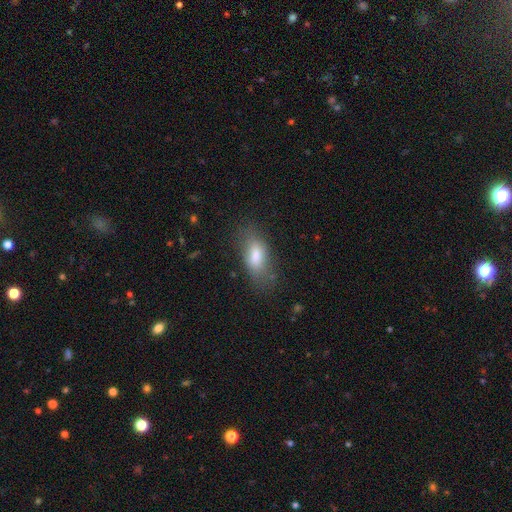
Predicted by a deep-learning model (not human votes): This appears to be a smooth galaxy with no disk features (76%) that is in between round and cigar-shaped (83%). Merging: none (72%).